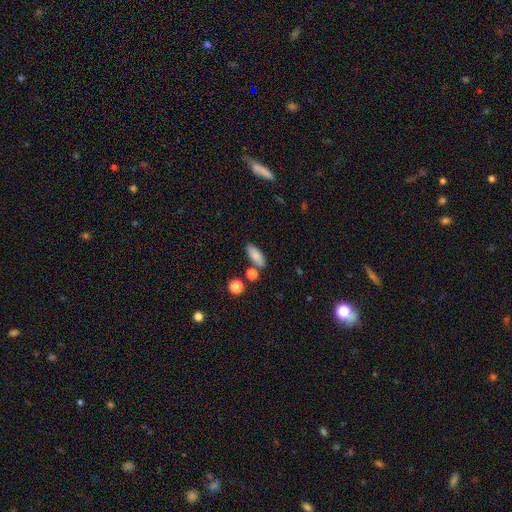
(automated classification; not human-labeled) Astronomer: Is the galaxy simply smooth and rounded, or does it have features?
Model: smooth — 83%.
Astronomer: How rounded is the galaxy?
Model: in between — 77%.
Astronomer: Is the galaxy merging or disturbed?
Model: none — 76%.